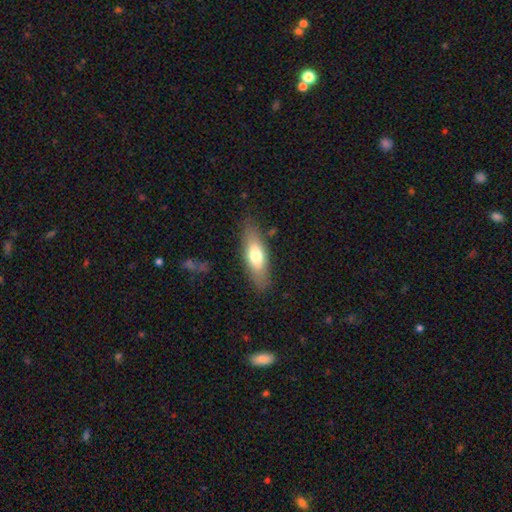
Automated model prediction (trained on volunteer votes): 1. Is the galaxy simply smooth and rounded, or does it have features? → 66% smooth, 27% featured or disk, 6% star or artifact.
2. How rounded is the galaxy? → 60% in between, 37% cigar-shaped, 3% round.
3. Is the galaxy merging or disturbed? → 82% none, 13% minor disturbance, 4% major disturbance, 2% merger.